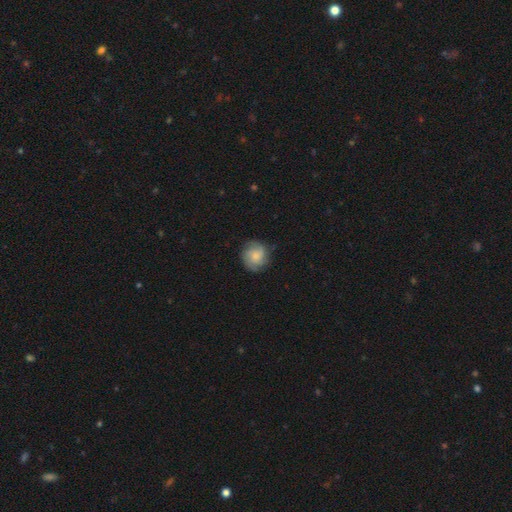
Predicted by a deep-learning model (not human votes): Morphology: type=featured or disk (49%); merging=none (79%).